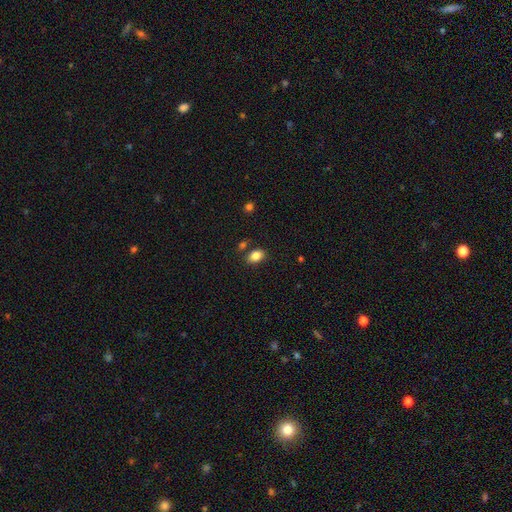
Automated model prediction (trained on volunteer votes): Smooth or featured?
  - smooth: 85% *
  - star or artifact: 9%
  - featured or disk: 6%
How rounded?
  - in between: 81% *
  - round: 18%
  - cigar-shaped: 1%
Merging?
  - none: 79% *
  - minor disturbance: 11%
  - merger: 7%
  - major disturbance: 3%